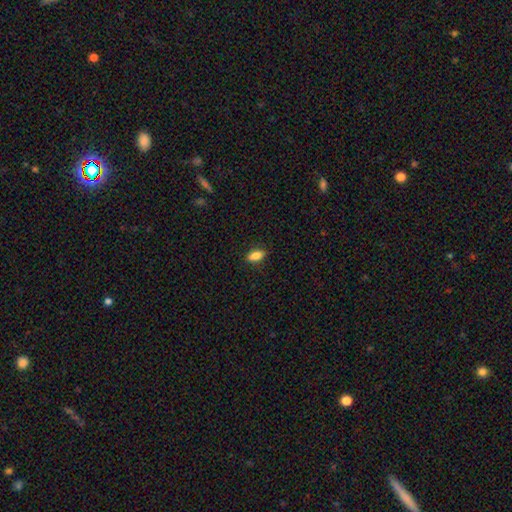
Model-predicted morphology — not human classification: type=smooth (83%); roundness=in between (84%); merging=none (87%).